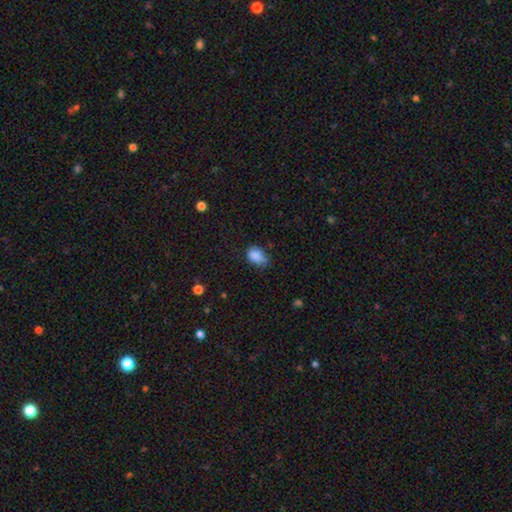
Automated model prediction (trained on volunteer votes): Overall: smooth (85%). How rounded: in between (77%). Merging: none (48%; minor disturbance 39%).